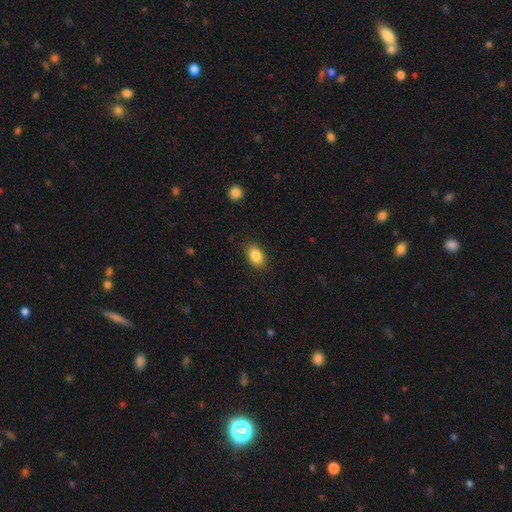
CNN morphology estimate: A smooth galaxy with no disk features (86%) that is in between round and cigar-shaped (85%).

Vote fractions:
- Smooth or featured? smooth: 86% / star or artifact: 8% / featured or disk: 6%
- How rounded? in between: 85% / round: 14% / cigar-shaped: 1%
- Merging? none: 86% / minor disturbance: 10% / major disturbance: 3% / merger: 1%